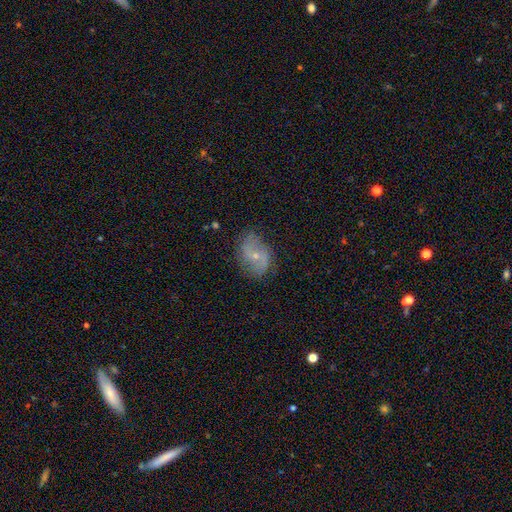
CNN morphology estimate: This is likely a featured or disk galaxy (66%). It is clearly not viewed edge-on (96%). Bar: possibly no (57%). Spiral arm pattern: clearly yes (86%). Spiral arm count: clearly 2 (84%). Spiral winding: possibly loose (50%). Central bulge: likely small (67%). Merging: likely none (73%).